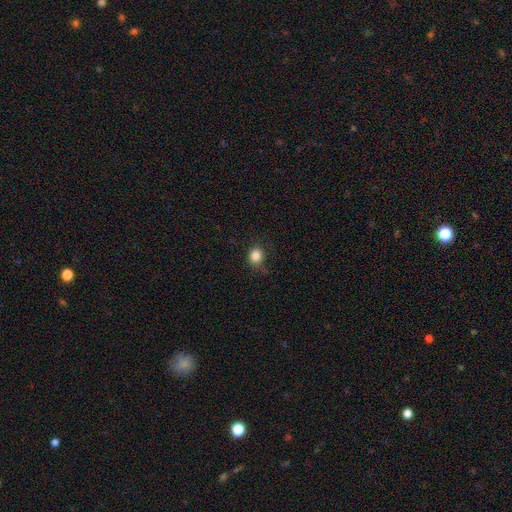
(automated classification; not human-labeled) A smooth galaxy with no disk features (84%) that is round (77%).

Vote fractions:
- Smooth or featured? smooth: 84% / star or artifact: 11% / featured or disk: 5%
- How rounded? round: 77% / in between: 22% / cigar-shaped: 1%
- Merging? none: 76% / minor disturbance: 18% / major disturbance: 5% / merger: 1%